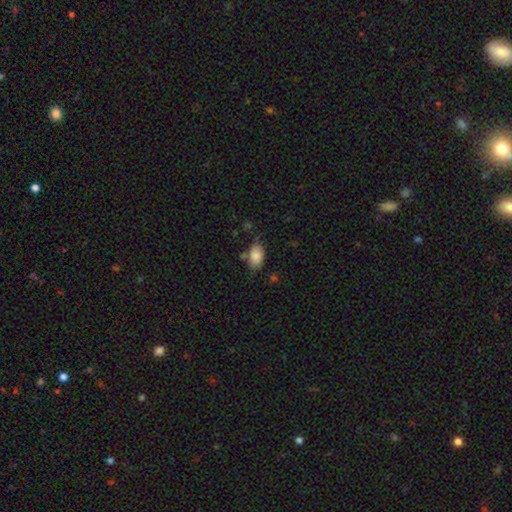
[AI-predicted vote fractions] Smooth or featured? Predicted: smooth (p=0.85). How rounded? Predicted: in between (p=0.90). Merging? Predicted: none (p=0.67).